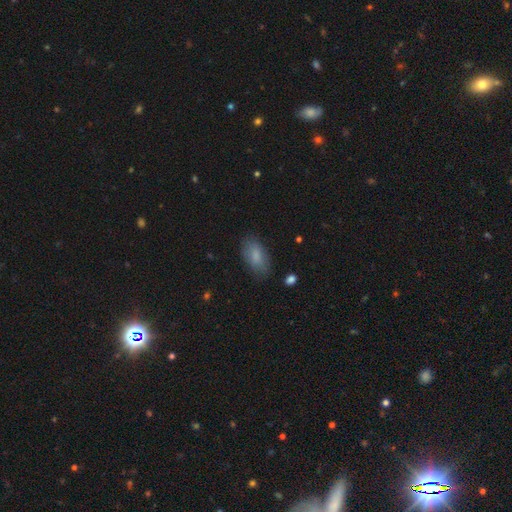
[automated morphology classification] Smooth or featured? smooth (82%)
How rounded? in between (91%)
Merging? none (80%)